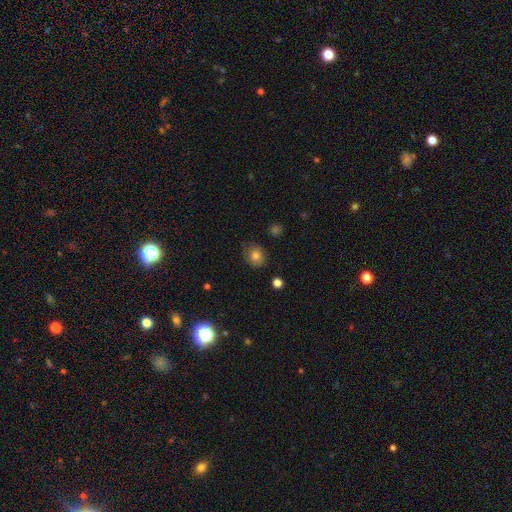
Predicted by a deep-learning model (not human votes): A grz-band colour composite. It shows a smooth galaxy with no disk features (80%) that is round (67%). Merging: none (77%).